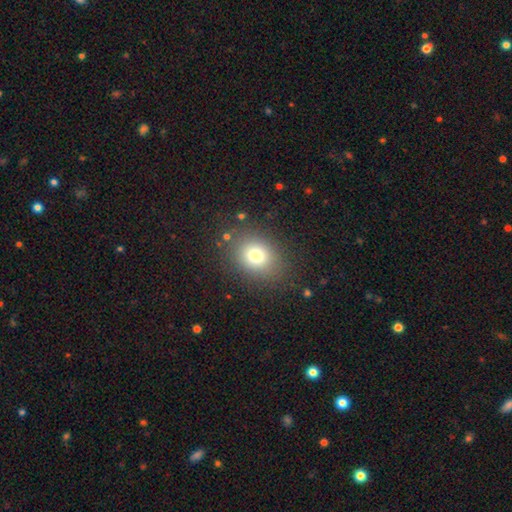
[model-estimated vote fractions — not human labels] Smooth or featured?
  - smooth: 75% *
  - star or artifact: 15%
  - featured or disk: 11%
How rounded?
  - round: 57% *
  - in between: 42%
  - cigar-shaped: 1%
Merging?
  - none: 84% *
  - minor disturbance: 9%
  - major disturbance: 5%
  - merger: 2%